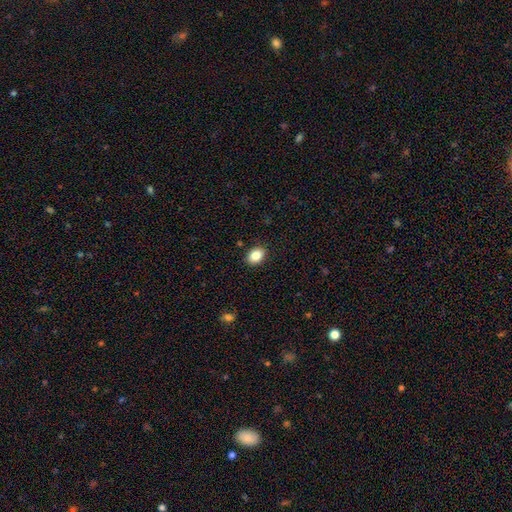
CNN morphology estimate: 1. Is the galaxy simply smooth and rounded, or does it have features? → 85% smooth, 9% star or artifact, 6% featured or disk.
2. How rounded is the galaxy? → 70% in between, 29% round, 1% cigar-shaped.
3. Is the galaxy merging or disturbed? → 89% none, 8% minor disturbance, 2% major disturbance, 1% merger.